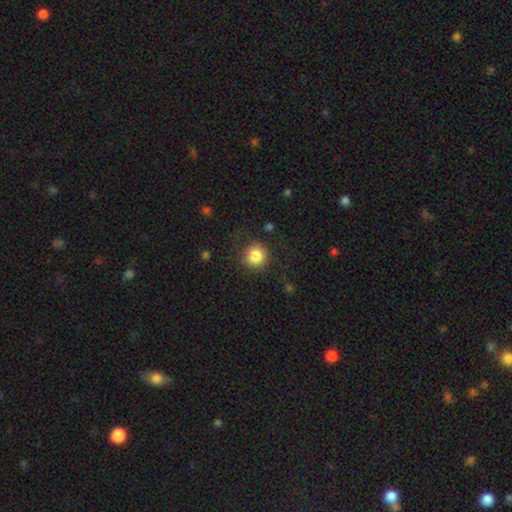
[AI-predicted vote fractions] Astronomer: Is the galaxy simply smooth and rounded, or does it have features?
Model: smooth — 85%.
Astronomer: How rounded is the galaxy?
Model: round — 91%.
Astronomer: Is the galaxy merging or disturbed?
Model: none — 82%.